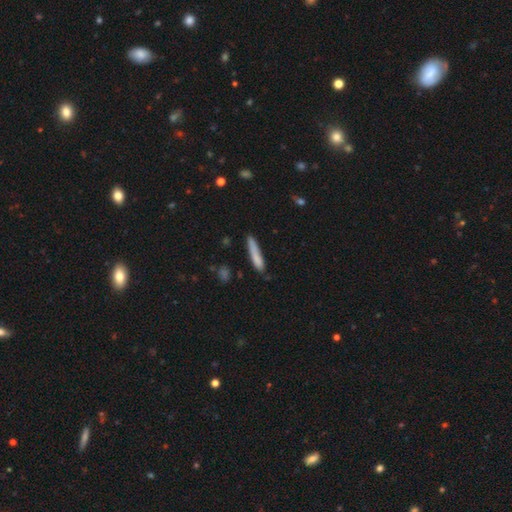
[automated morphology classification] Smooth or featured? smooth (78%)
How rounded? cigar-shaped (93%)
Merging? none (73%)